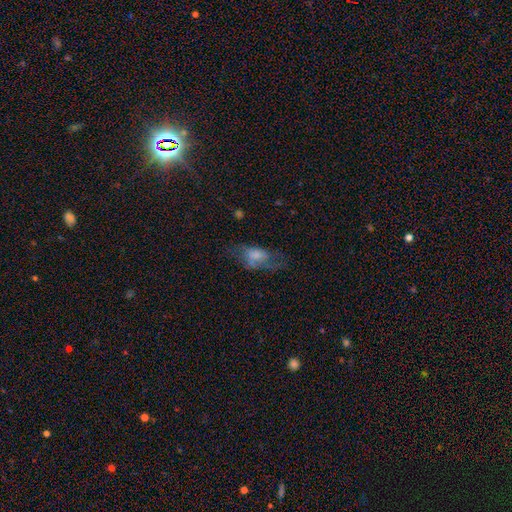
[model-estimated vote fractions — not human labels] Smooth or featured? Predicted: smooth (p=0.51). How rounded? Predicted: in between (p=0.88). Merging? Predicted: none (p=0.39).